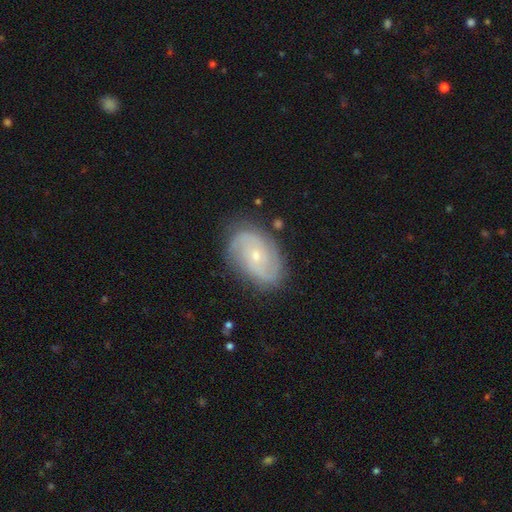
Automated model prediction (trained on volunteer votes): smooth-or-featured: featured or disk: 80% | smooth: 14% | star or artifact: 7%
  disk-edge-on: no: 97% | yes: 3%
    bar: no: 70% | weak: 26% | strong: 4%
    has-spiral-arms: yes: 94% | no: 6%
      spiral-winding: tight: 51% | medium: 37% | loose: 11%
      spiral-arm-count: 2: 49% | can't tell: 23% | 3: 15% | 4: 5% | 1: 4% | more than 4: 4%
    bulge-size: small: 70% | moderate: 27% | none: 1% | large: 1% | dominant: 1%
  merging: none: 79% | minor disturbance: 15% | major disturbance: 4% | merger: 2%